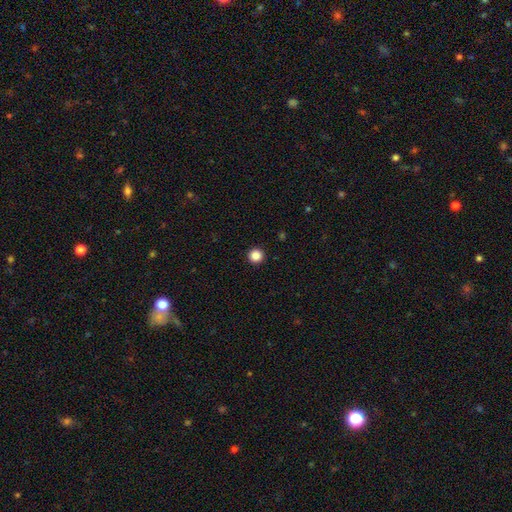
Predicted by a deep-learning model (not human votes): smooth 87%, star or artifact 11%, featured or disk 3%. Down the decision tree: how rounded — round (96%); merging — none (94%).